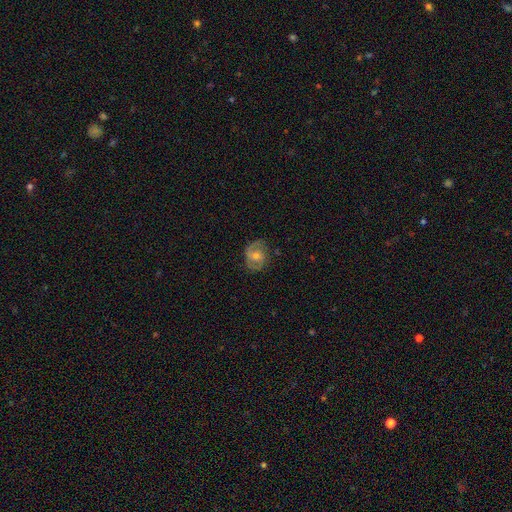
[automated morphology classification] This is likely a featured or disk galaxy (74%). It is clearly not viewed edge-on (97%). Bar: possibly no (49%). Spiral arm pattern: clearly yes (92%). Spiral arm count: clearly 2 (84%). Spiral winding: possibly medium (47%). Central bulge: possibly moderate (54%). Merging: likely none (79%).